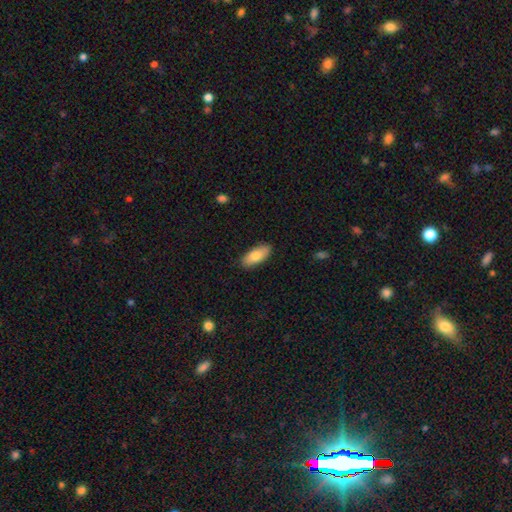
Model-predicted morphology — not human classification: A smooth galaxy with no disk features (79%) that is in between round and cigar-shaped (85%). Merging: none (88%).